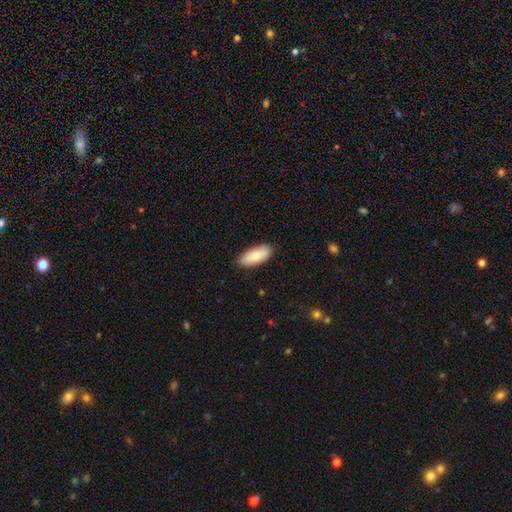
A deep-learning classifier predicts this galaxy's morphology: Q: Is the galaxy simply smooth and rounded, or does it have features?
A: smooth — 83%.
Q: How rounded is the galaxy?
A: in between — 83%.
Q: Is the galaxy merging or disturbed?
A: none — 88%.